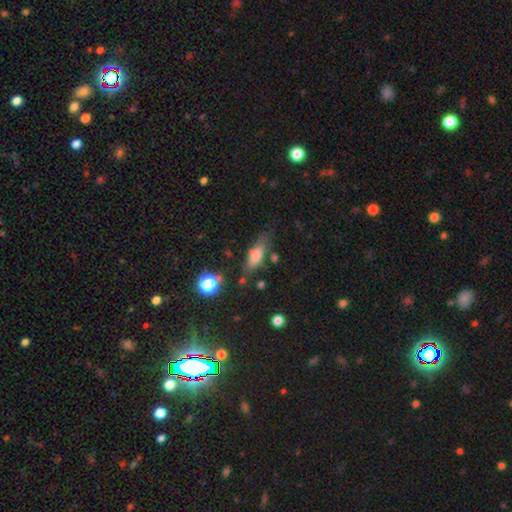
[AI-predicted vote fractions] Smooth or featured?
  - smooth: 68% *
  - featured or disk: 22%
  - star or artifact: 11%
How rounded?
  - in between: 56% *
  - cigar-shaped: 40%
  - round: 4%
Merging?
  - none: 65% *
  - minor disturbance: 21%
  - major disturbance: 8%
  - merger: 6%